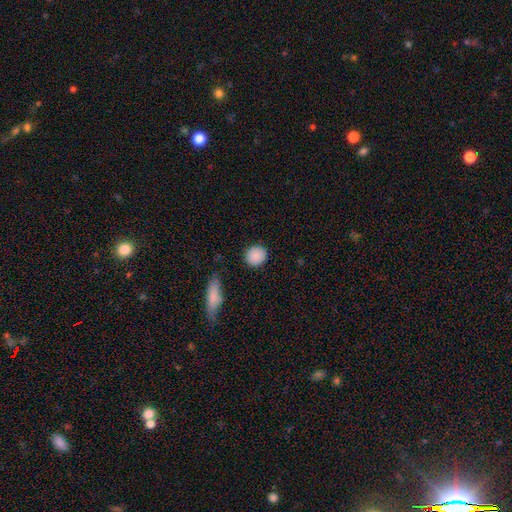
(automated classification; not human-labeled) Smooth or featured? smooth (88%)
How rounded? round (87%)
Merging? none (87%)